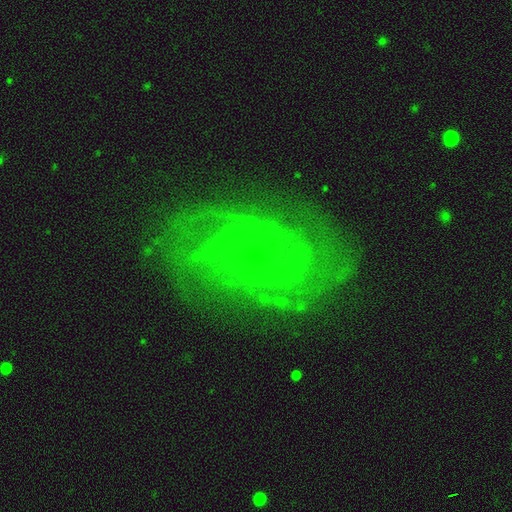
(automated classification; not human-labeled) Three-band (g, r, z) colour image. It shows a featured or disk galaxy (79%) with no bar (72%), tight (62%) spiral arms (93%) and a small central bulge (83%). Merging: none (81%).